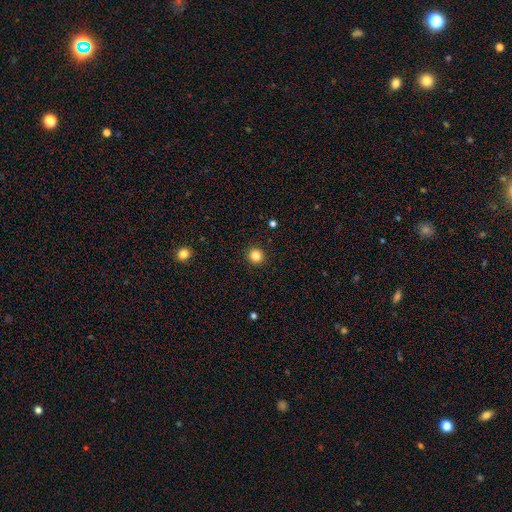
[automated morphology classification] This appears to be a smooth galaxy with no disk features (84%) that is round (94%). Merging: none (93%).